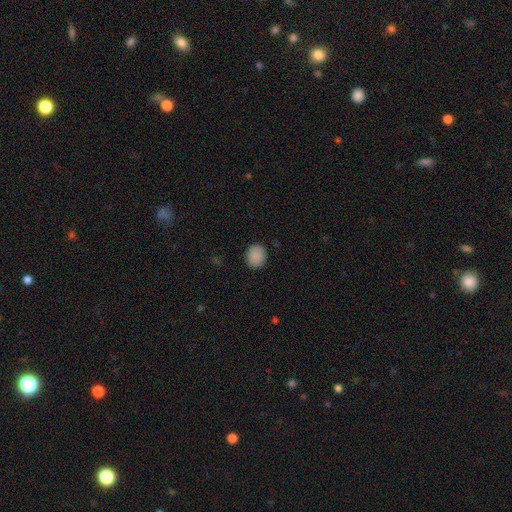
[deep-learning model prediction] Smooth or featured: smooth — 88% (star or artifact — 9%)
How rounded: round — 72% (in between — 28%)
Merging: none — 88% (minor disturbance — 8%)